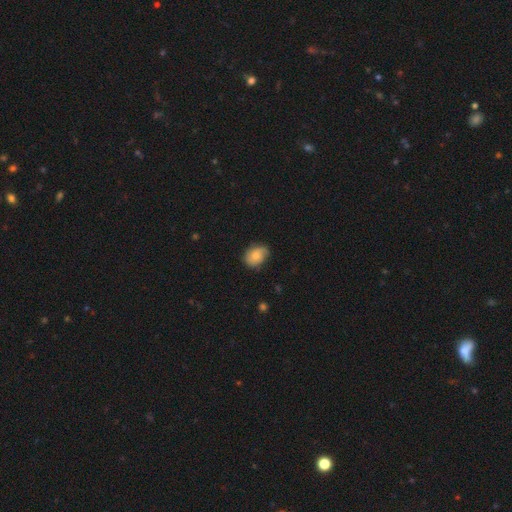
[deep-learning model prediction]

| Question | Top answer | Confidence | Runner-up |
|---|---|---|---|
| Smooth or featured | smooth | 74% | featured or disk (18%) |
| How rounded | in between | 70% | round (29%) |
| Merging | none | 66% | minor disturbance (27%) |